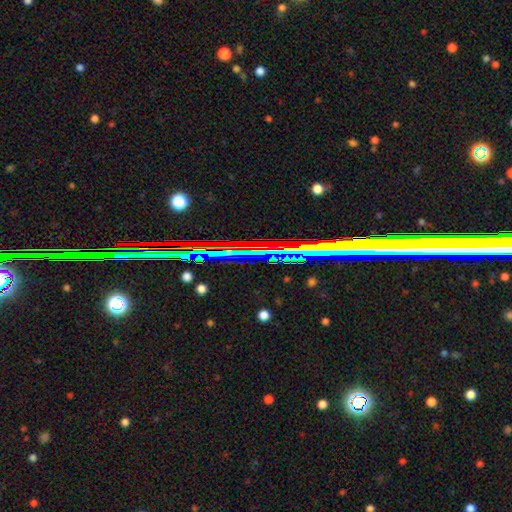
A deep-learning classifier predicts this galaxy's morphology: A star or artifact, not a galaxy (61%).

Vote fractions:
- Smooth or featured? star or artifact: 61% / featured or disk: 25% / smooth: 14%